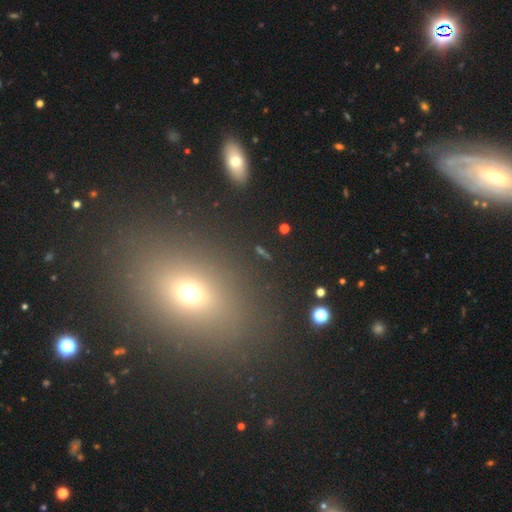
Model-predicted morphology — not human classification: This is possibly a smooth galaxy (52%). How rounded: likely in between (62%). Merging: clearly none (84%).